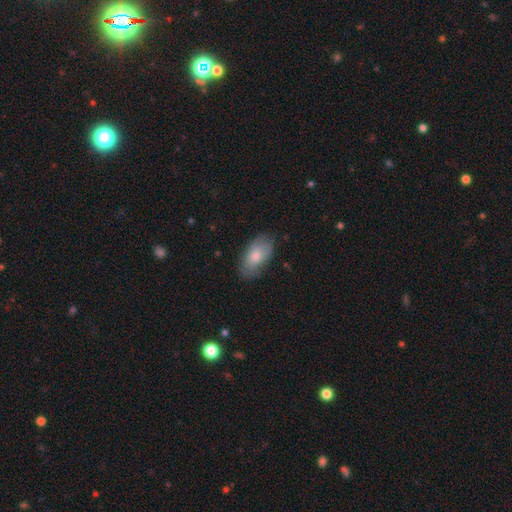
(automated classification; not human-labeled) Smooth or featured? smooth (70%)
How rounded? in between (92%)
Merging? none (79%)